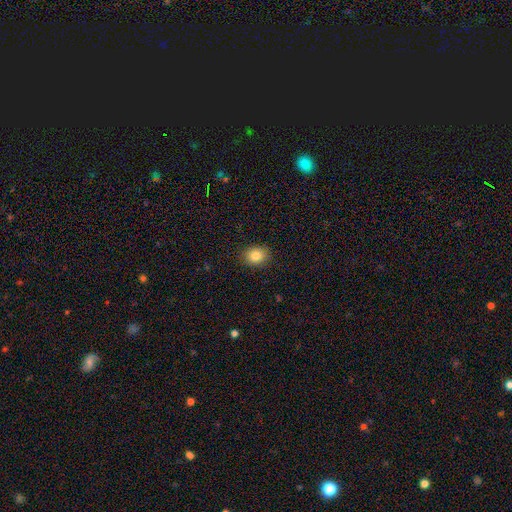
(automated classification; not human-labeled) smooth_or_featured: smooth (p=0.85) [alt: star or artifact p=0.10]
how_rounded: round (p=0.55) [alt: in between p=0.44]
merging: none (p=0.88) [alt: minor disturbance p=0.09]